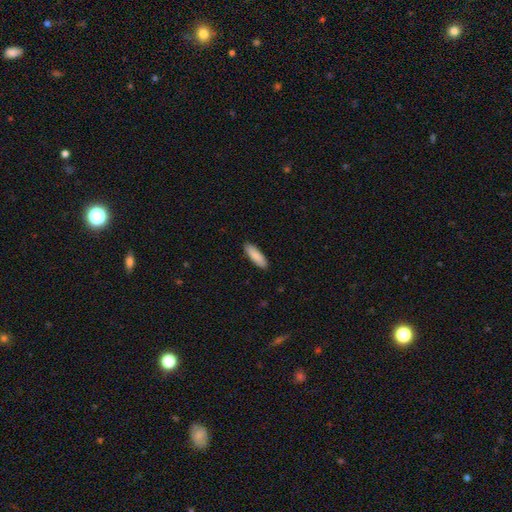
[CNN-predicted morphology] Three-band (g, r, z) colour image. It shows a smooth galaxy with no disk features (88%) that is cigar-shaped (53%). Merging: none (90%).